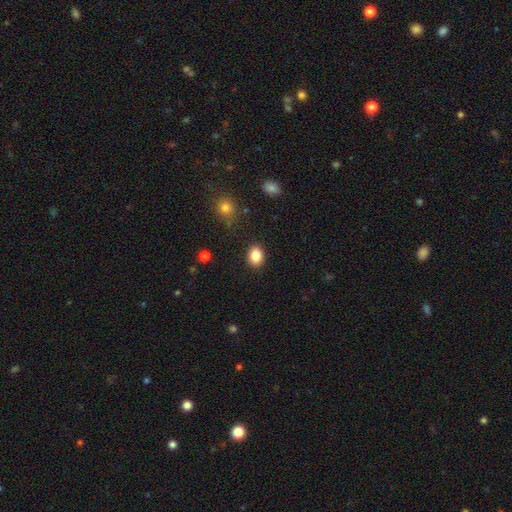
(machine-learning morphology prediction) smooth 86%, star or artifact 9%, featured or disk 5%. Down the decision tree: how rounded — in between (67%); merging — none (88%).